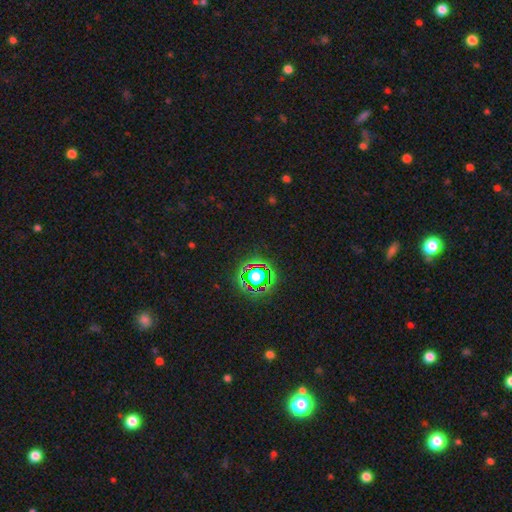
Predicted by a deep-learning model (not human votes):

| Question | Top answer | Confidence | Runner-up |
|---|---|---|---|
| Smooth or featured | star or artifact | 80% | smooth (13%) |